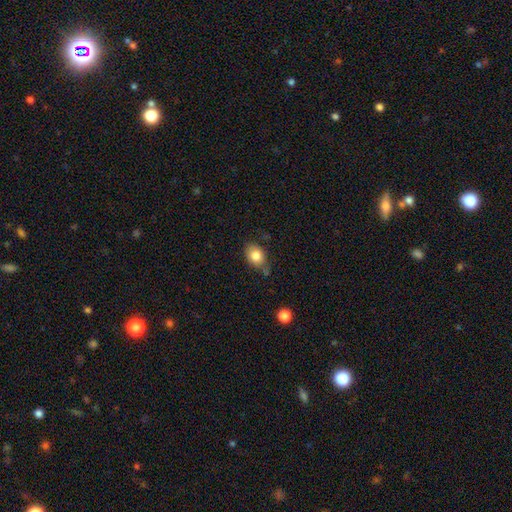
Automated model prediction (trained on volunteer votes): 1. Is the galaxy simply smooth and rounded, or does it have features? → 81% smooth, 10% featured or disk, 9% star or artifact.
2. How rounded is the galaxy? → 71% in between, 28% round, 1% cigar-shaped.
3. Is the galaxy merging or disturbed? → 66% none, 24% minor disturbance, 5% merger, 5% major disturbance.